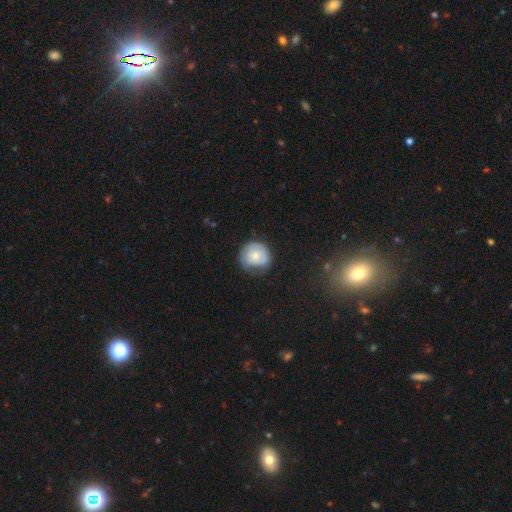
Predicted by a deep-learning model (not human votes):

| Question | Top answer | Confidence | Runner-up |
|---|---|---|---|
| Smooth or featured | smooth | 71% | featured or disk (22%) |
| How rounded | round | 86% | in between (13%) |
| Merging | none | 53% | minor disturbance (33%) |